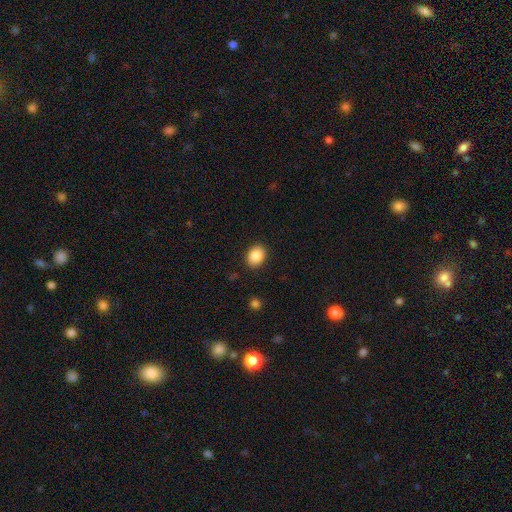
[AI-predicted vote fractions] This appears to be a smooth galaxy with no disk features (88%) that is in between round and cigar-shaped (62%). Merging: none (89%).